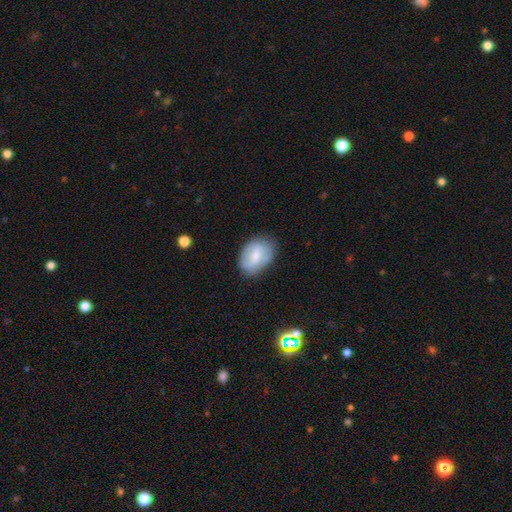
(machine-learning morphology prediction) This is likely a smooth galaxy (67%). How rounded: clearly in between (83%). Merging: likely none (72%).